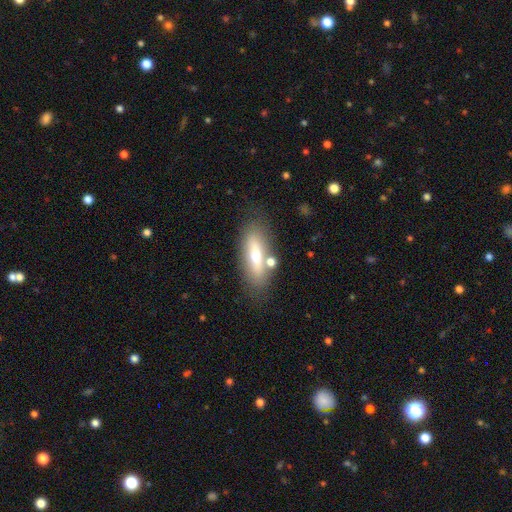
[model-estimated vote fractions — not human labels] The model was most divided on "how rounded": cigar-shaped: 49%, in between: 48%, round: 2%. More confident: merging — none (77%); smooth or featured — smooth (55%).